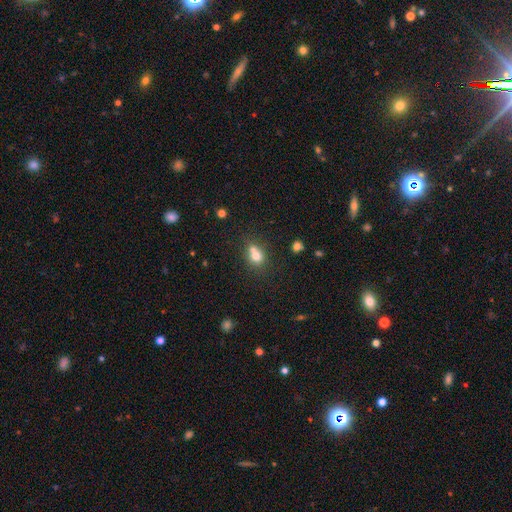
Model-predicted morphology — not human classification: smooth 72%, featured or disk 15%, star or artifact 13%. Down the decision tree: how rounded — round (64%); merging — merger (51%).